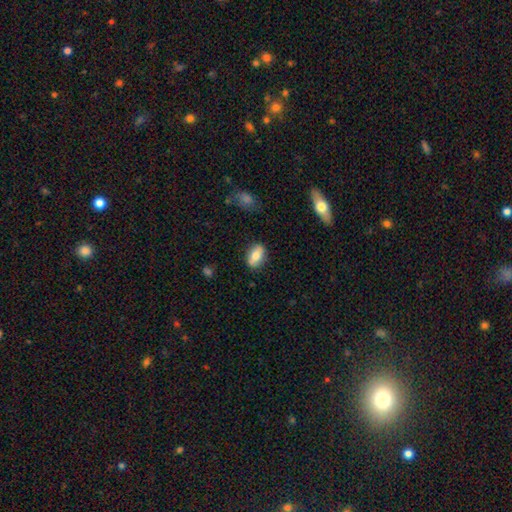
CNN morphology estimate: The model was most divided on "smooth or featured": smooth: 75%, featured or disk: 18%, star or artifact: 7%. More confident: how rounded — in between (87%); merging — none (84%).